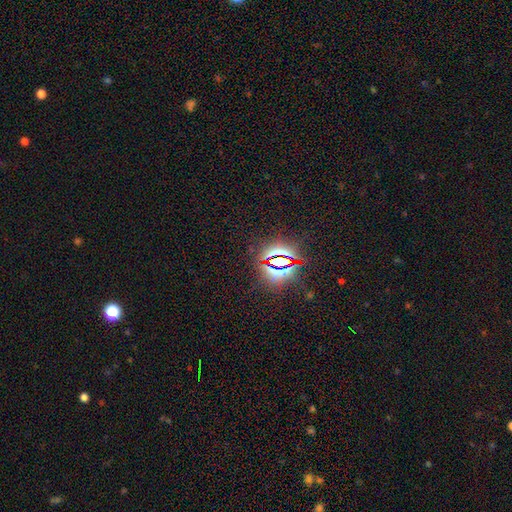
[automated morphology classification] This appears to be a star or artifact, not a galaxy (84%).